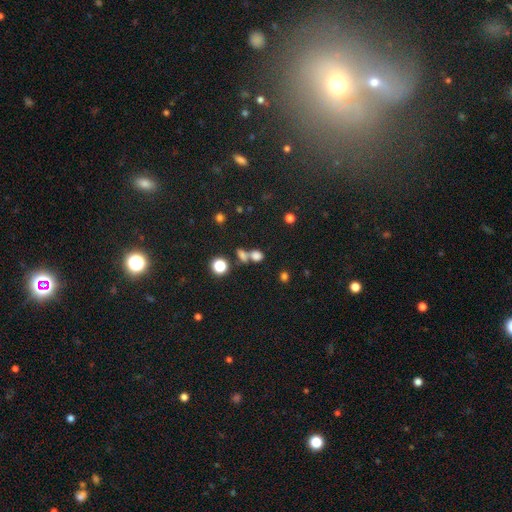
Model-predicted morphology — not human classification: Smooth or featured?
  - smooth: 70% *
  - star or artifact: 21%
  - featured or disk: 9%
How rounded?
  - round: 52% *
  - in between: 45%
  - cigar-shaped: 3%
Merging?
  - merger: 47% *
  - none: 39%
  - minor disturbance: 8%
  - major disturbance: 6%